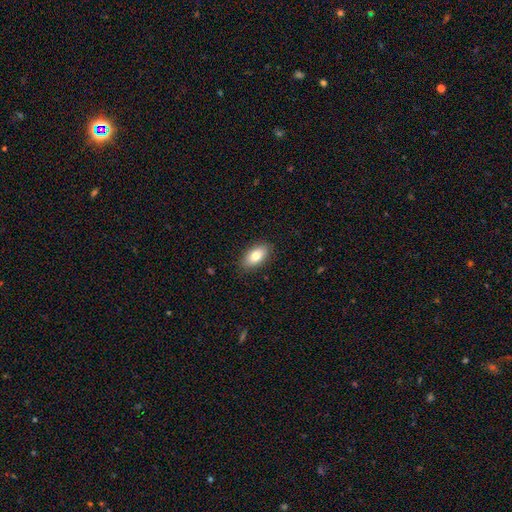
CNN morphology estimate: A smooth galaxy with no disk features (80%) that is in between round and cigar-shaped (91%).

Vote fractions:
- Smooth or featured? smooth: 80% / featured or disk: 13% / star or artifact: 7%
- How rounded? in between: 91% / cigar-shaped: 5% / round: 4%
- Merging? none: 87% / minor disturbance: 9% / major disturbance: 2% / merger: 1%